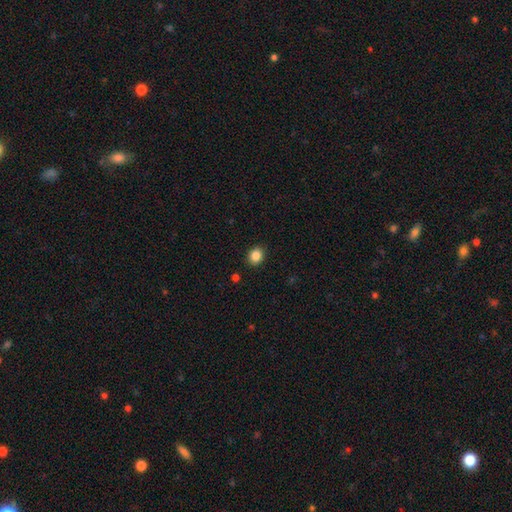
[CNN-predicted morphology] Smooth or featured? Predicted: smooth (p=0.86). How rounded? Predicted: round (p=0.62). Merging? Predicted: none (p=0.90).